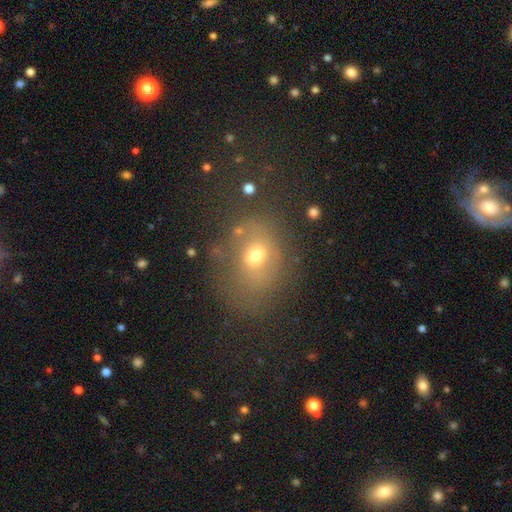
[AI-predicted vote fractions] This is likely a smooth galaxy (60%). How rounded: possibly in between (55%). Merging: possibly none (56%).